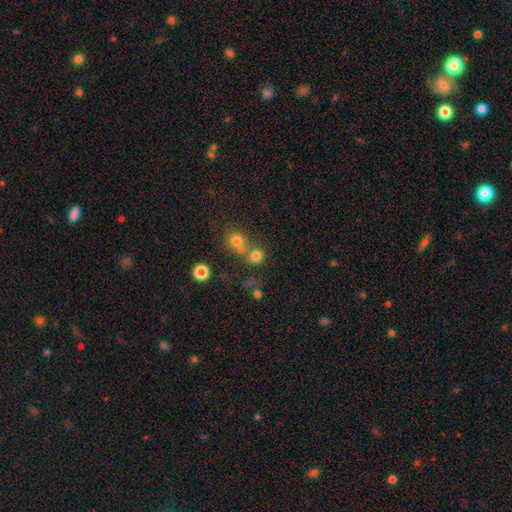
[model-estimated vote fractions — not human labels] smooth 74%, star or artifact 18%, featured or disk 9%. Down the decision tree: how rounded — round (81%); merging — none (51%).